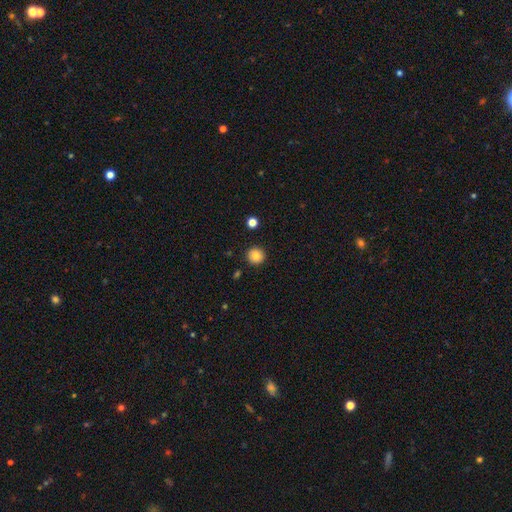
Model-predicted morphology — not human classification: The model was most divided on "smooth or featured": smooth: 85%, star or artifact: 10%, featured or disk: 6%. More confident: how rounded — round (96%); merging — none (92%).